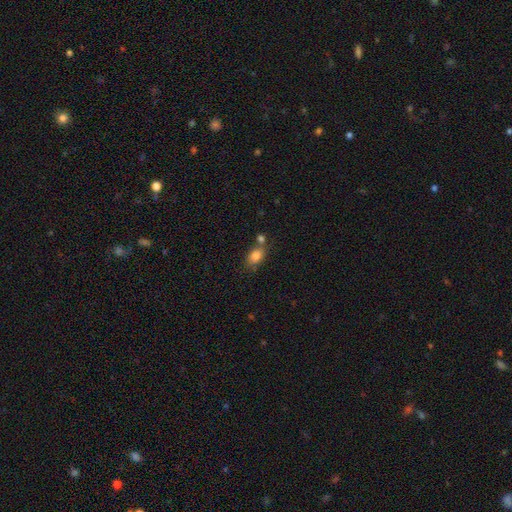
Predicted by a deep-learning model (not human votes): Smooth or featured? Predicted: smooth (p=0.82). How rounded? Predicted: in between (p=0.78). Merging? Predicted: none (p=0.54).